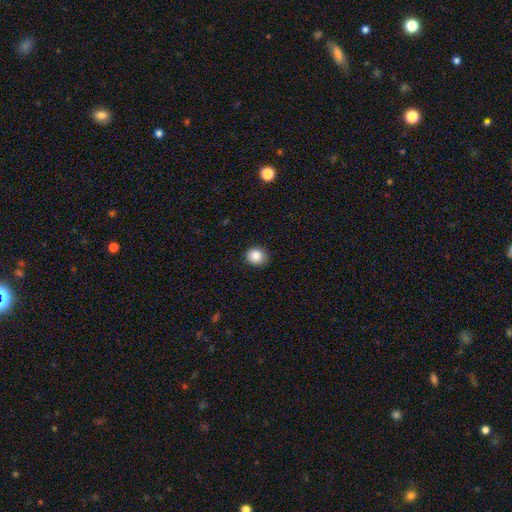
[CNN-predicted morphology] Smooth or featured?
  - smooth: 86% *
  - star or artifact: 10%
  - featured or disk: 5%
How rounded?
  - round: 76% *
  - in between: 23%
  - cigar-shaped: 1%
Merging?
  - none: 88% *
  - minor disturbance: 9%
  - major disturbance: 2%
  - merger: 1%